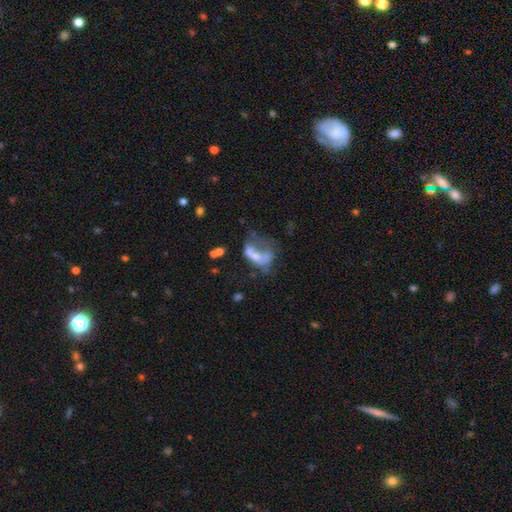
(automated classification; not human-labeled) Morphology: type=featured or disk (48%); merging=merger (50%).